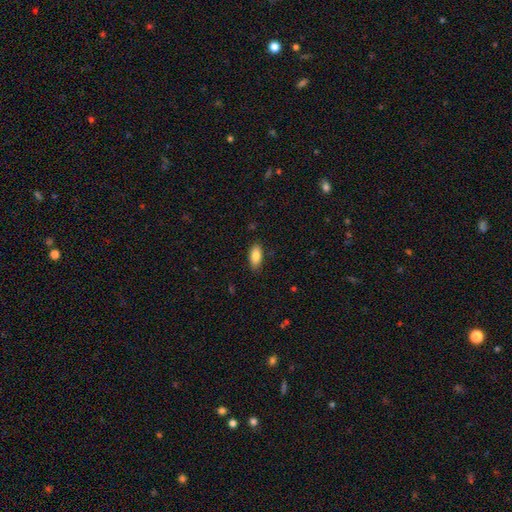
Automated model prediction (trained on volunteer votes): This appears to be a smooth galaxy with no disk features (85%) that is in between round and cigar-shaped (87%). Merging: none (86%).